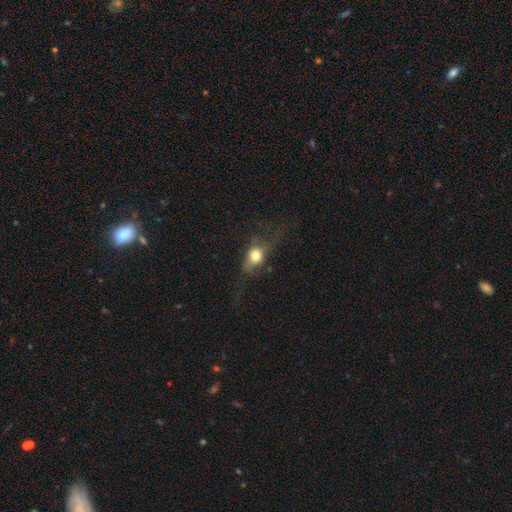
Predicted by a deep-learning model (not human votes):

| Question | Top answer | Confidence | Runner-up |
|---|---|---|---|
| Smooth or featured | smooth | 64% | featured or disk (24%) |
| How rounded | round | 50% | in between (46%) |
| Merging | none | 40% | major disturbance (36%) |